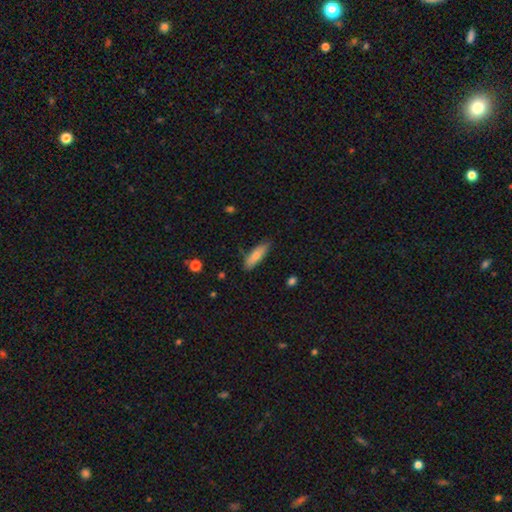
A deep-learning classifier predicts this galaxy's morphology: Smooth or featured? Predicted: smooth (p=0.80). How rounded? Predicted: in between (p=0.50). Merging? Predicted: none (p=0.78).